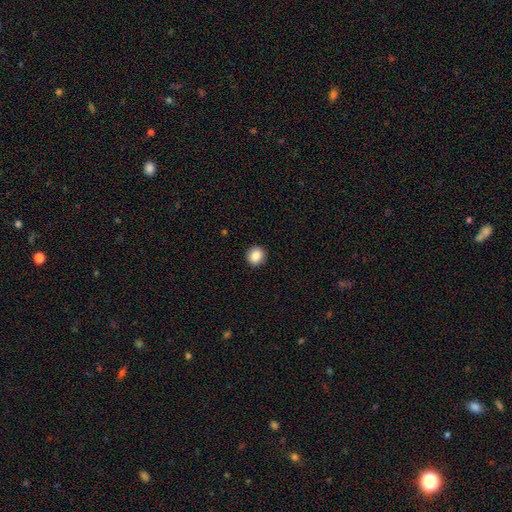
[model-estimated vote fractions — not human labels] Smooth or featured?
  - smooth: 87% *
  - star or artifact: 9%
  - featured or disk: 4%
How rounded?
  - round: 88% *
  - in between: 11%
  - cigar-shaped: 1%
Merging?
  - none: 92% *
  - minor disturbance: 5%
  - major disturbance: 2%
  - merger: 1%